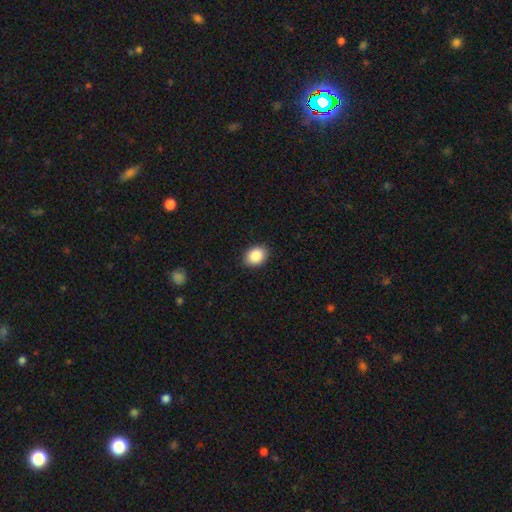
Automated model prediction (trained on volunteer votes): The model was most divided on "how rounded": in between: 65%, round: 34%, cigar-shaped: 1%. More confident: merging — none (89%); smooth or featured — smooth (89%).